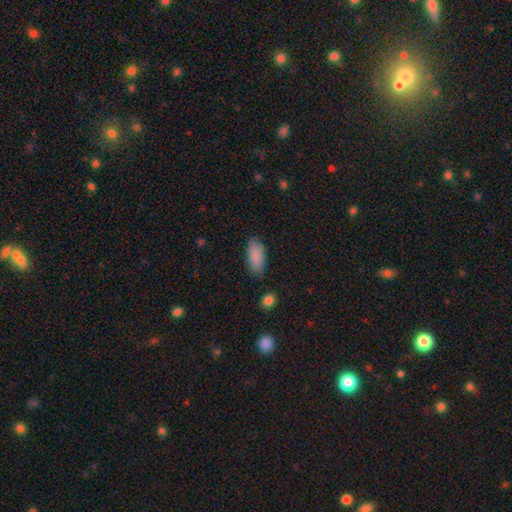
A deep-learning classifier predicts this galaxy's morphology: Smooth or featured: smooth — 87% (star or artifact — 7%)
How rounded: in between — 87% (cigar-shaped — 10%)
Merging: none — 77% (minor disturbance — 17%)